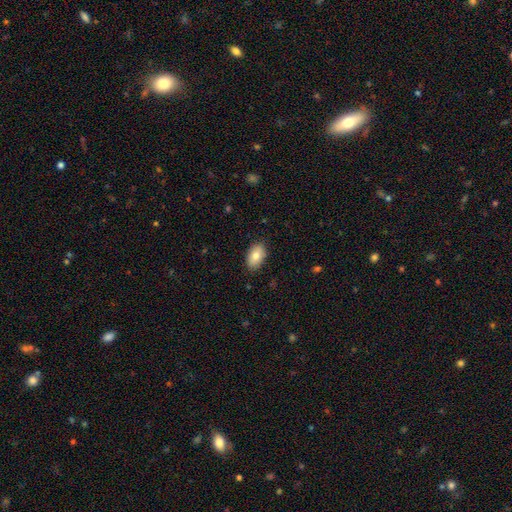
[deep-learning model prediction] A smooth galaxy with no disk features (80%) that is in between round and cigar-shaped (91%). Merging: none (86%).